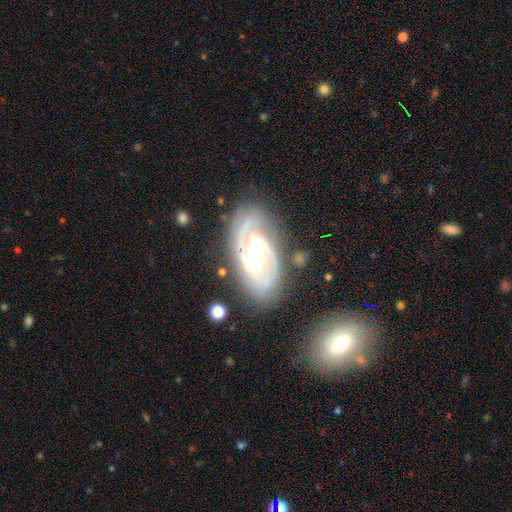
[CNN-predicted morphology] smooth_or_featured: featured or disk (p=0.92) [alt: star or artifact p=0.04]
disk_edge_on: no (p=0.97) [alt: yes p=0.03]
bar: weak (p=0.42) [alt: strong p=0.36]
has_spiral_arms: yes (p=0.98) [alt: no p=0.02]
spiral_winding: tight (p=0.51) [alt: medium p=0.43]
spiral_arm_count: 2 (p=0.86) [alt: 3 p=0.07]
bulge_size: moderate (p=0.57) [alt: small p=0.25]
merging: none (p=0.78) [alt: minor disturbance p=0.15]